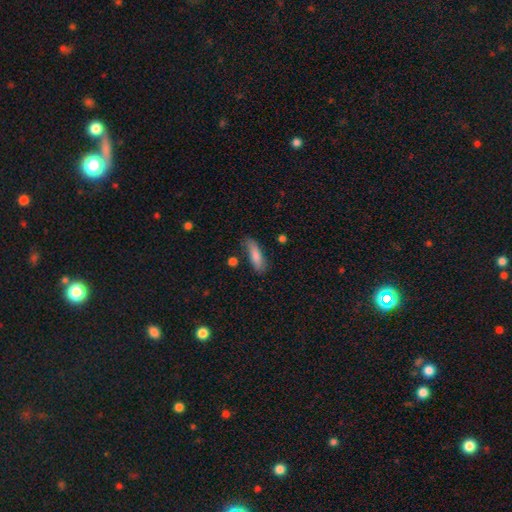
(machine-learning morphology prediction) Q: Smooth or featured?
A: smooth (82%); runner-up: featured or disk (11%)
Q: How rounded?
A: cigar-shaped (55%); runner-up: in between (43%)
Q: Merging?
A: none (71%); runner-up: minor disturbance (21%)